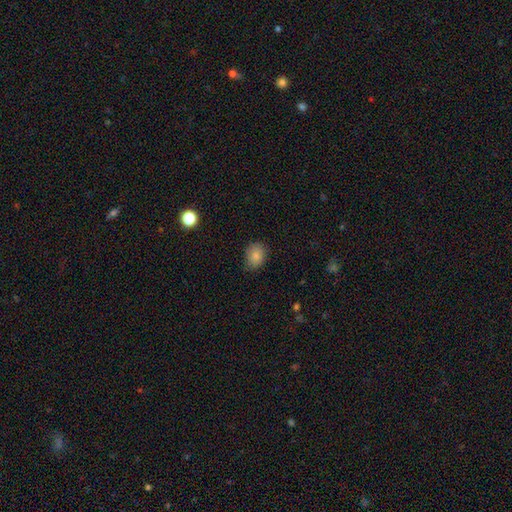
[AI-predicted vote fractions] smooth 82%, star or artifact 10%, featured or disk 8%. Down the decision tree: how rounded — in between (56%); merging — none (78%).